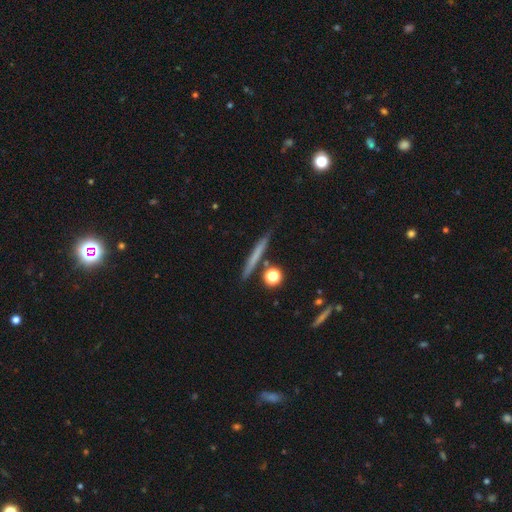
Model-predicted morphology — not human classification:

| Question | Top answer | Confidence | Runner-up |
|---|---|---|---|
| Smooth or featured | smooth | 57% | featured or disk (35%) |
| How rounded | cigar-shaped | 92% | round (4%) |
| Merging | none | 85% | minor disturbance (9%) |